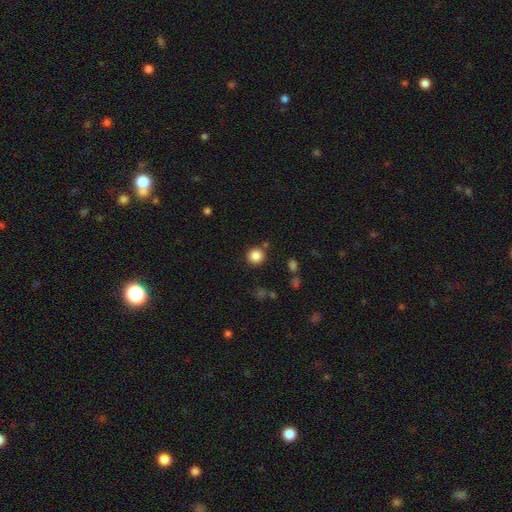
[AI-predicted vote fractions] Overall: smooth (85%). How rounded: round (92%). Merging: none (85%).